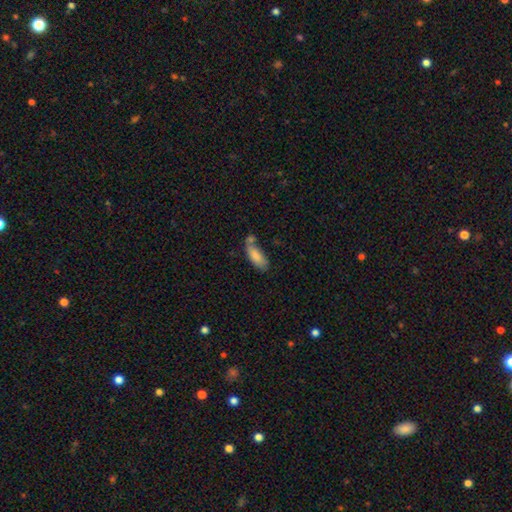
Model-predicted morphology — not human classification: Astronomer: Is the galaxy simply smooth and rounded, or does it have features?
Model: smooth — 82%.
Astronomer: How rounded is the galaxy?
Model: in between — 77%.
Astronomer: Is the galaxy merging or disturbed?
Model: none — 44% (runner-up: merger, 26%).